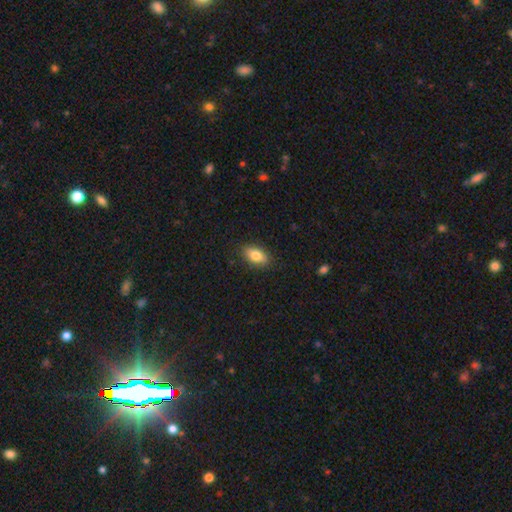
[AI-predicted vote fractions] Smooth or featured? smooth (81%)
How rounded? in between (89%)
Merging? none (87%)